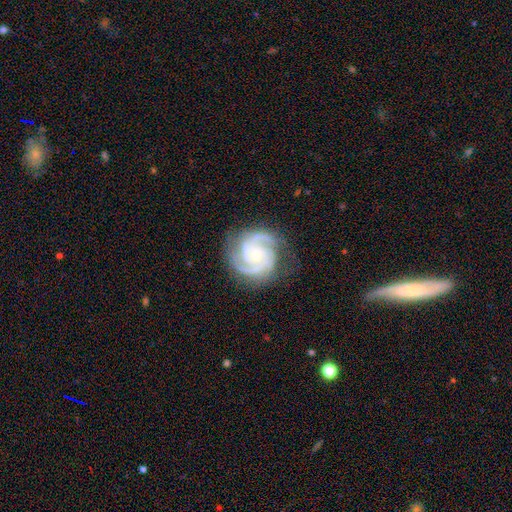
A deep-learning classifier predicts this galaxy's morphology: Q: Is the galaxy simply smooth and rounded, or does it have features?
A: featured or disk — 93%.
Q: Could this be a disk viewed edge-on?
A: no — 98%.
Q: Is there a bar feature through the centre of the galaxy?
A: no — 69%.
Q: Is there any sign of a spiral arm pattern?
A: yes — 99%.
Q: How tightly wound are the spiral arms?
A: tight — 67%.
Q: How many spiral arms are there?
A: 3 — 53%.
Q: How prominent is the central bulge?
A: small — 72%.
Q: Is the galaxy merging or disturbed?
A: none — 80%.